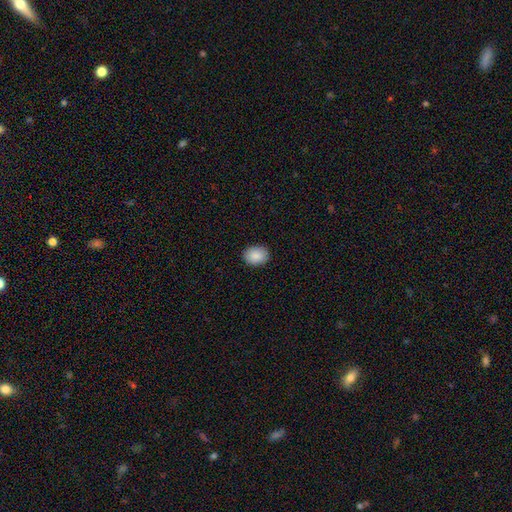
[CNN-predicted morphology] This appears to be a smooth galaxy with no disk features (89%) that is in between round and cigar-shaped (60%). Merging: none (90%).